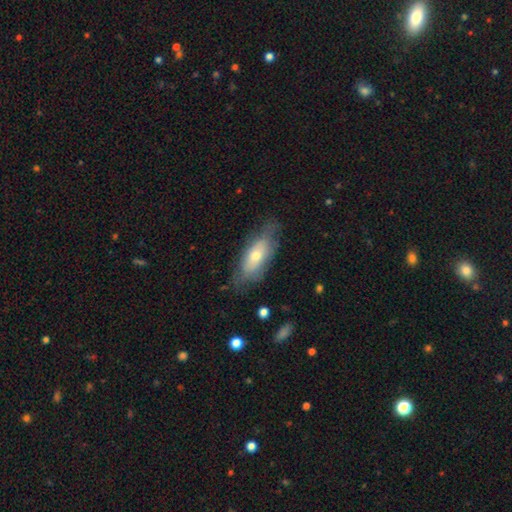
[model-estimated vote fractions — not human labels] This is possibly a smooth galaxy (56%). How rounded: likely in between (74%). Merging: likely none (70%).